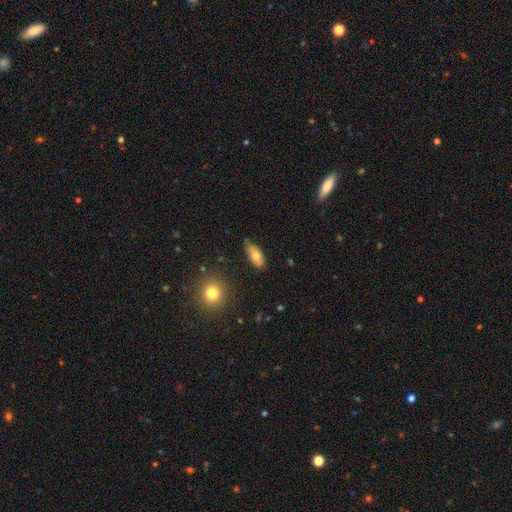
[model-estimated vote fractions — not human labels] A smooth galaxy with no disk features (72%) that is in between round and cigar-shaped (83%).

Vote fractions:
- Smooth or featured? smooth: 72% / featured or disk: 20% / star or artifact: 7%
- How rounded? in between: 83% / cigar-shaped: 14% / round: 3%
- Merging? none: 75% / minor disturbance: 20% / major disturbance: 3% / merger: 2%